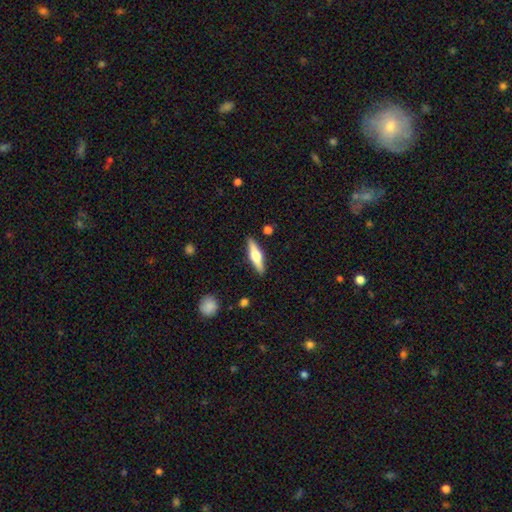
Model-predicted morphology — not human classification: type=featured or disk (59%); edge-on=yes (96%); edge-on bulge=rounded (94%); merging=none (89%).